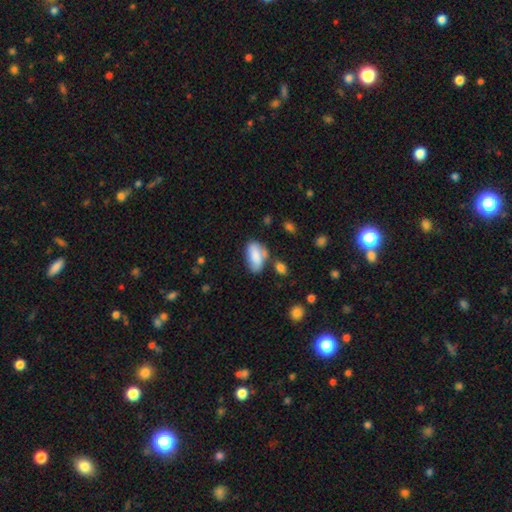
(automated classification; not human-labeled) This is clearly a smooth galaxy (80%). How rounded: clearly in between (92%). Merging: possibly none (51%).